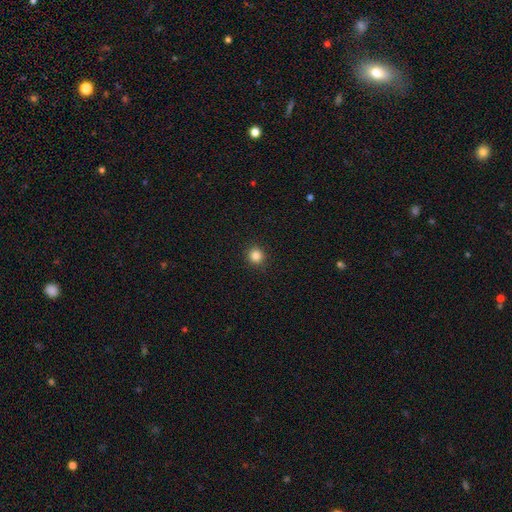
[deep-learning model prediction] Morphology: type=smooth (84%); roundness=round (94%); merging=none (92%).